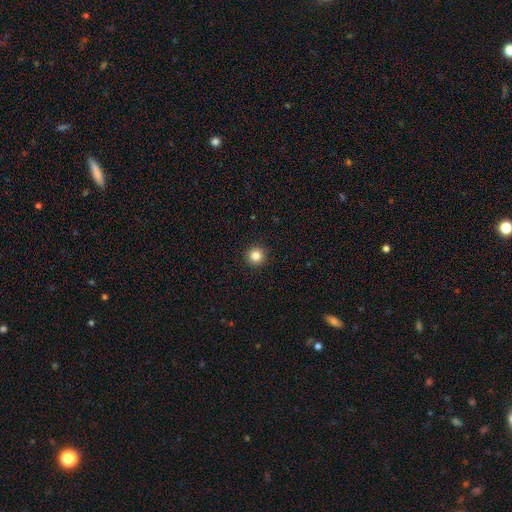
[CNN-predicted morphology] smooth_or_featured: smooth (p=0.84) [alt: star or artifact p=0.11]
how_rounded: round (p=0.96) [alt: in between p=0.03]
merging: none (p=0.93) [alt: minor disturbance p=0.04]